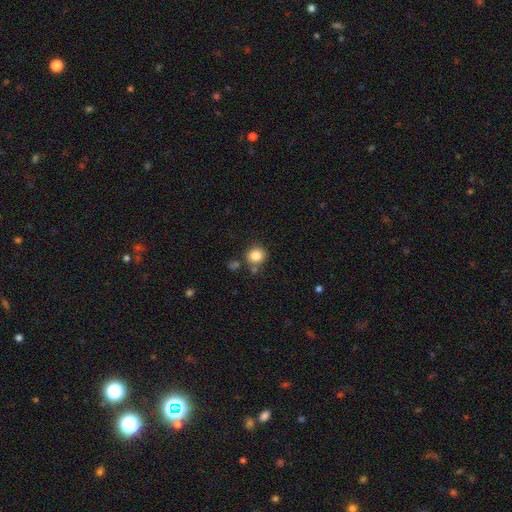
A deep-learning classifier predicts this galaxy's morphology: Overall: smooth (84%). How rounded: round (86%). Merging: none (75%).